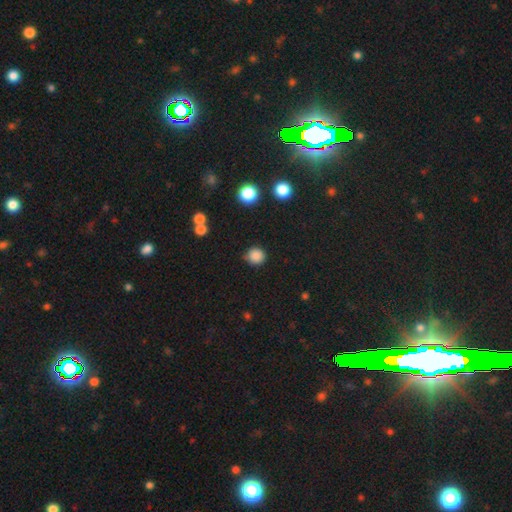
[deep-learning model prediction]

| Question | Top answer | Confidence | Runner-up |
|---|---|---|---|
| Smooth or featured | smooth | 85% | star or artifact (12%) |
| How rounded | round | 92% | in between (7%) |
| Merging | none | 83% | minor disturbance (11%) |